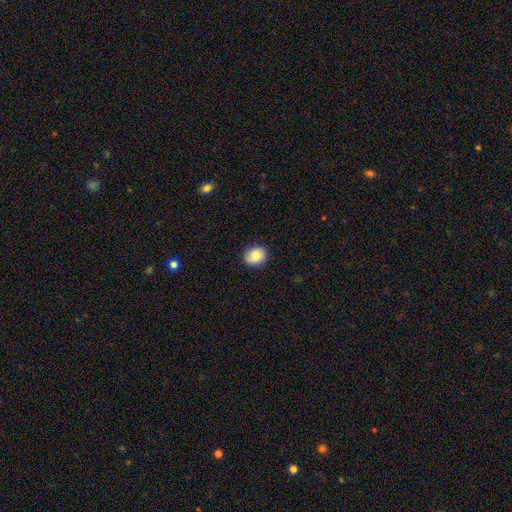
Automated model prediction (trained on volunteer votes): A smooth galaxy with no disk features (84%) that is round (55%).

Vote fractions:
- Smooth or featured? smooth: 84% / featured or disk: 8% / star or artifact: 8%
- How rounded? round: 55% / in between: 44% / cigar-shaped: 1%
- Merging? none: 88% / minor disturbance: 9% / major disturbance: 2% / merger: 1%